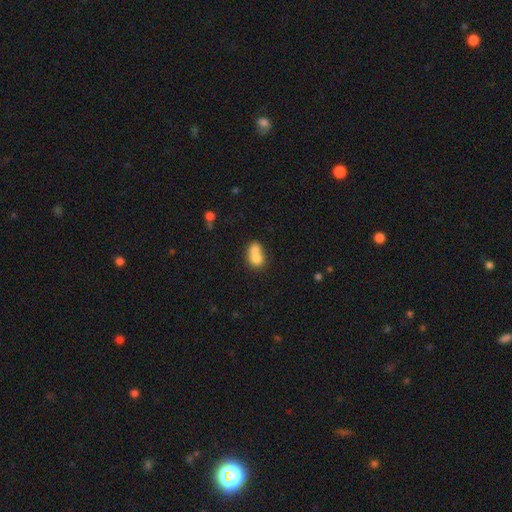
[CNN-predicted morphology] smooth-or-featured: smooth: 72% | featured or disk: 18% | star or artifact: 9%
  how-rounded: round: 57% | in between: 42% | cigar-shaped: 1%
  merging: merger: 70% | none: 21% | minor disturbance: 6% | major disturbance: 3%